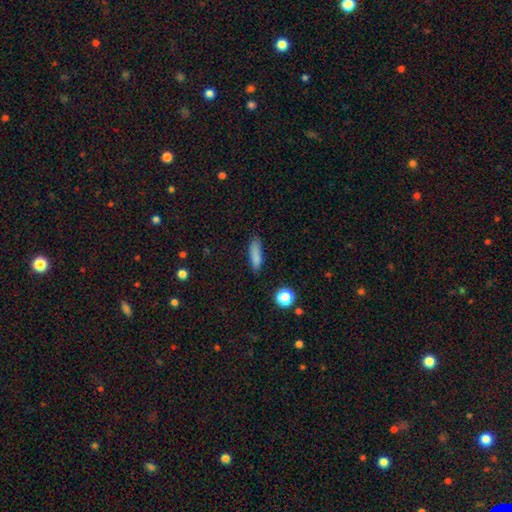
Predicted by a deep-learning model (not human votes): Smooth or featured?
  - smooth: 82% *
  - star or artifact: 10%
  - featured or disk: 8%
How rounded?
  - cigar-shaped: 63% *
  - in between: 34%
  - round: 3%
Merging?
  - none: 77% *
  - minor disturbance: 17%
  - major disturbance: 4%
  - merger: 2%